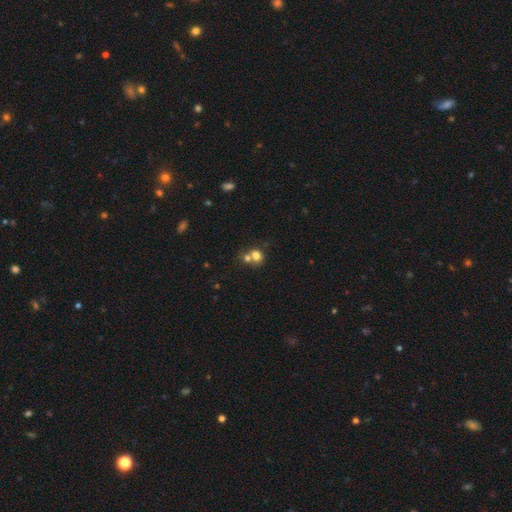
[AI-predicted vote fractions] Smooth or featured? Predicted: smooth (p=0.75). How rounded? Predicted: round (p=0.71). Merging? Predicted: merger (p=0.53).